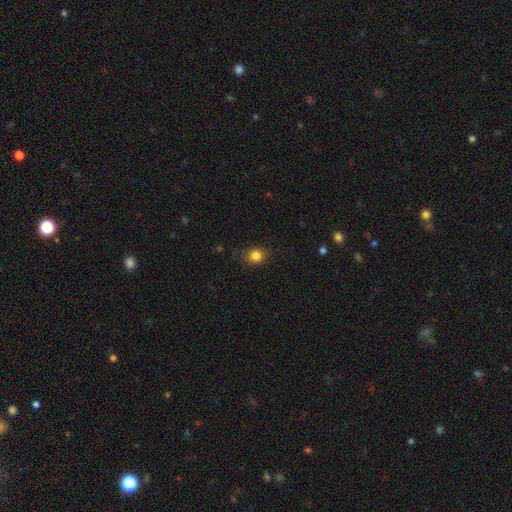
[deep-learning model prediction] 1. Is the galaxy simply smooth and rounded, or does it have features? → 84% smooth, 11% star or artifact, 5% featured or disk.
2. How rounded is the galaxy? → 69% round, 30% in between, 1% cigar-shaped.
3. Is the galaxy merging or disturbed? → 78% none, 17% minor disturbance, 4% major disturbance, 1% merger.